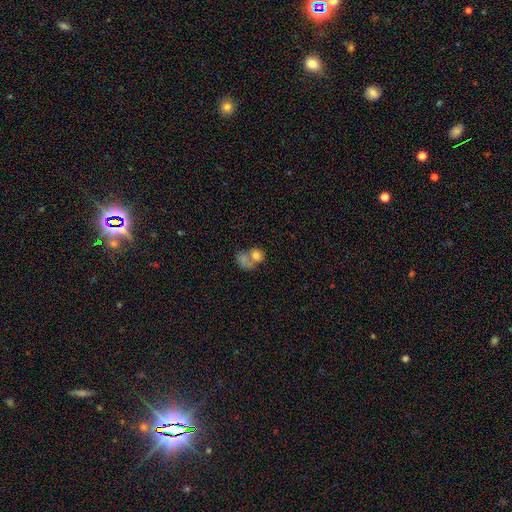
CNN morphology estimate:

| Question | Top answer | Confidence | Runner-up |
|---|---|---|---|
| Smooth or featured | smooth | 74% | featured or disk (16%) |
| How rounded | round | 54% | in between (45%) |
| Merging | merger | 64% | none (20%) |